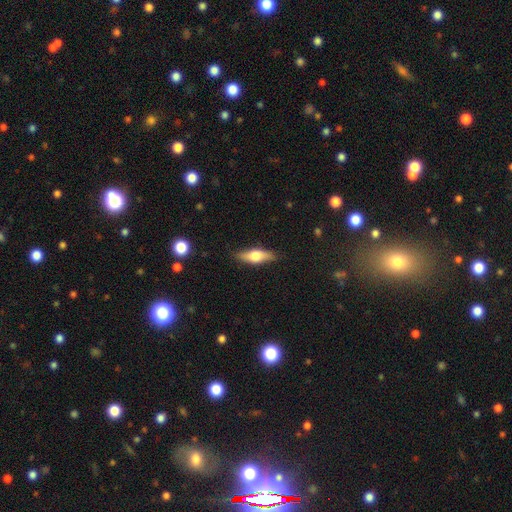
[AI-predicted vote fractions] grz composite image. It shows a smooth galaxy with no disk features (53%) that is in between round and cigar-shaped (55%). Merging: none (84%).